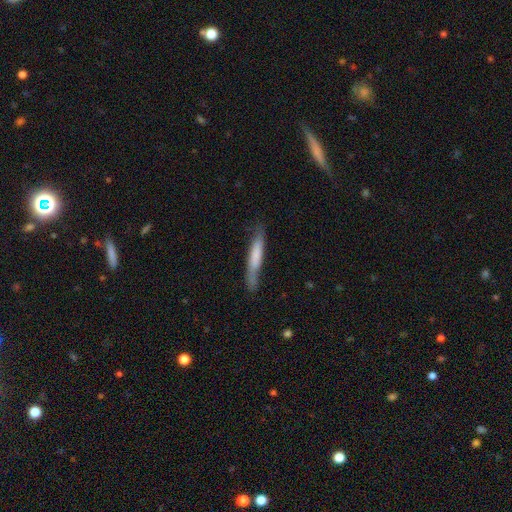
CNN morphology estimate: Smooth or featured? smooth (65%)
How rounded? cigar-shaped (92%)
Merging? none (73%)